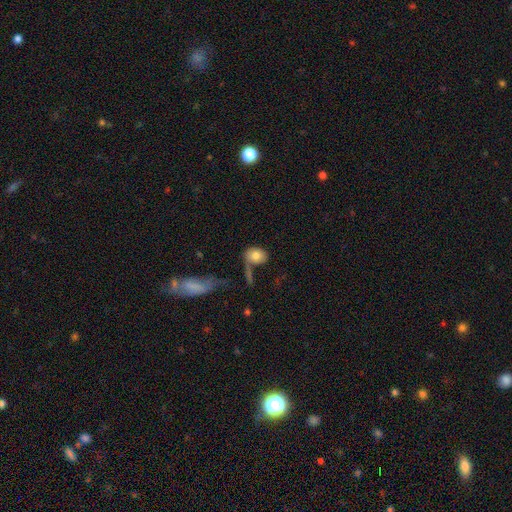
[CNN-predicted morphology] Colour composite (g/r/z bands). It shows a smooth galaxy with no disk features (76%) that is in between round and cigar-shaped (53%). Merging: none (40%).